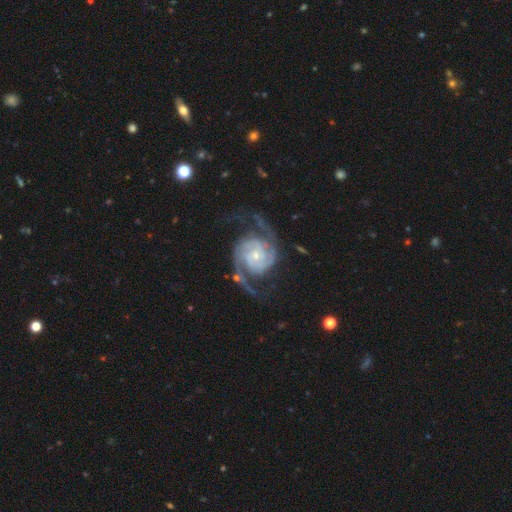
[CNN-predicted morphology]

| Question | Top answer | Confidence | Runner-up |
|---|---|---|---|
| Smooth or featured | featured or disk | 92% | star or artifact (4%) |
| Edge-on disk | no | 98% | yes (2%) |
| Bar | no | 65% | weak (26%) |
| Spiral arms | yes | 98% | no (2%) |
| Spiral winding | medium | 48% | tight (34%) |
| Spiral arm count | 2 | 84% | 3 (6%) |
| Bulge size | small | 71% | moderate (23%) |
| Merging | none | 68% | minor disturbance (15%) |